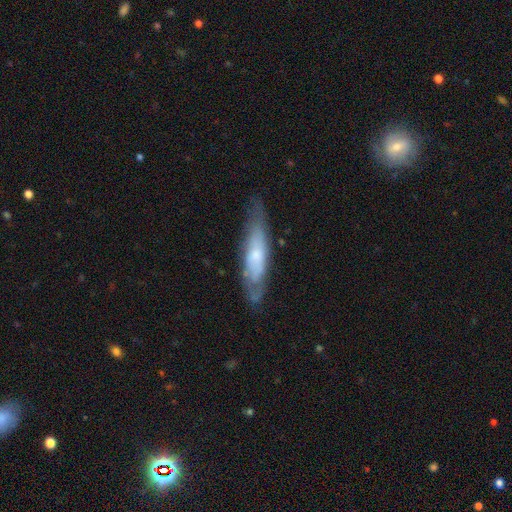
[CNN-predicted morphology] A featured or disk galaxy (51%) with not edge-on (50%, tied with yes). Merging: none (70%).